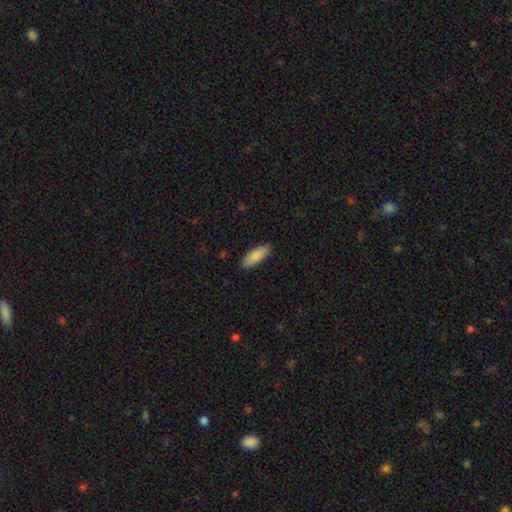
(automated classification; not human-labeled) Q: Smooth or featured?
A: smooth (86%); runner-up: featured or disk (8%)
Q: How rounded?
A: in between (73%); runner-up: cigar-shaped (26%)
Q: Merging?
A: none (86%); runner-up: minor disturbance (11%)